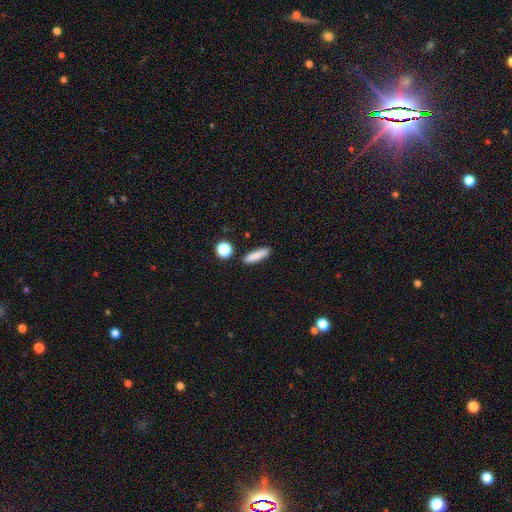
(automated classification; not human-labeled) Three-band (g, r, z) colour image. It shows a smooth galaxy with no disk features (82%) that is cigar-shaped (72%). Merging: none (85%).